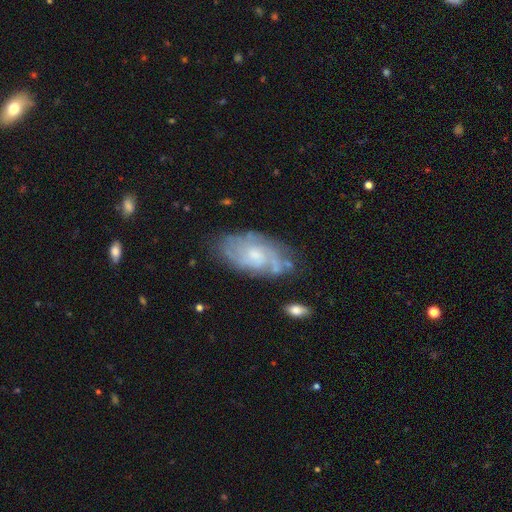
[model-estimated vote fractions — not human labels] This appears to be a featured or disk galaxy (73%) with no bar (69%), tight (51%) spiral arms (88%) and a small central bulge (50%). Merging: none (68%).